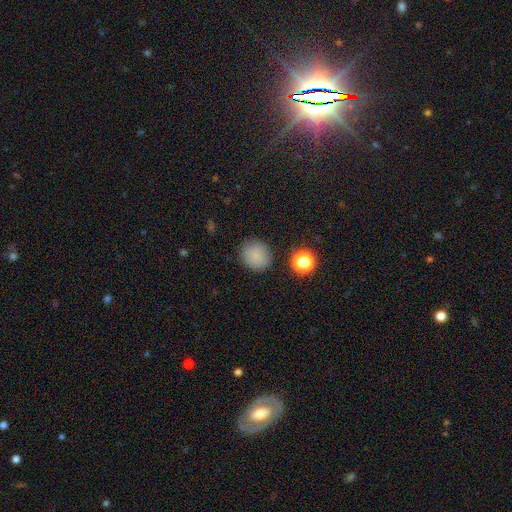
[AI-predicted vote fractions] Q: Smooth or featured?
A: smooth (82%); runner-up: star or artifact (12%)
Q: How rounded?
A: round (86%); runner-up: in between (13%)
Q: Merging?
A: none (84%); runner-up: minor disturbance (10%)